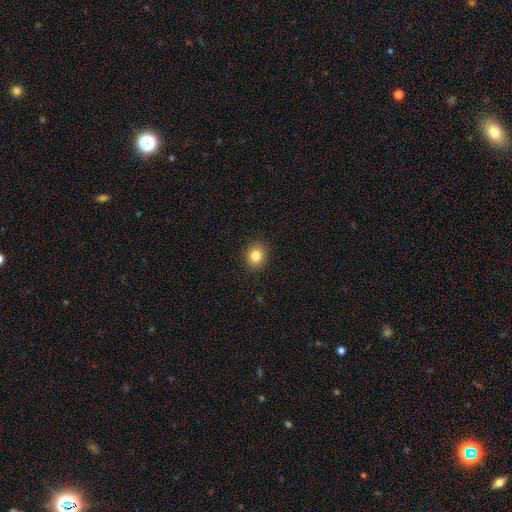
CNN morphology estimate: A smooth galaxy with no disk features (83%) that is round (64%).

Vote fractions:
- Smooth or featured? smooth: 83% / star or artifact: 10% / featured or disk: 7%
- How rounded? round: 64% / in between: 36% / cigar-shaped: 1%
- Merging? none: 90% / minor disturbance: 7% / major disturbance: 2% / merger: 1%